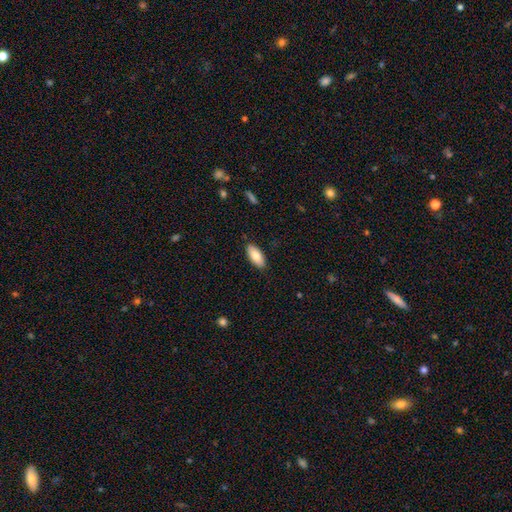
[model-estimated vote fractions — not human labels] A smooth galaxy with no disk features (82%) that is in between round and cigar-shaped (88%). Merging: none (88%).